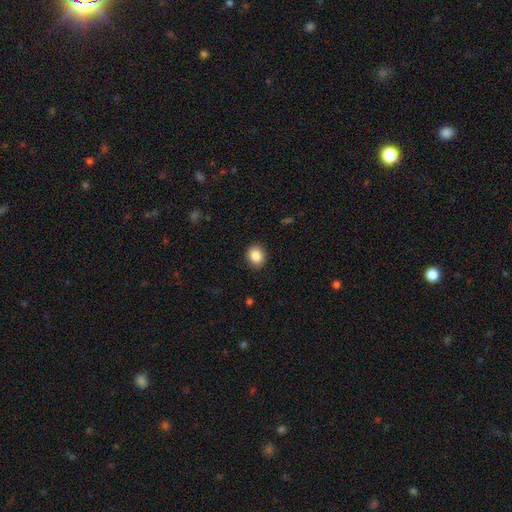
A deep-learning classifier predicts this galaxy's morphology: A smooth galaxy with no disk features (87%) that is round (66%).

Vote fractions:
- Smooth or featured? smooth: 87% / star or artifact: 9% / featured or disk: 4%
- How rounded? round: 66% / in between: 33% / cigar-shaped: 1%
- Merging? none: 89% / minor disturbance: 7% / major disturbance: 2% / merger: 1%